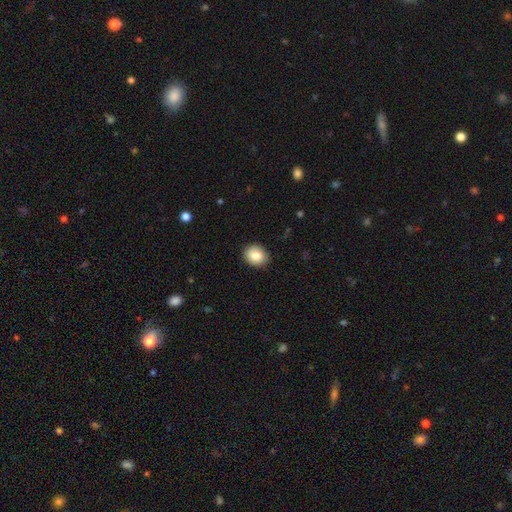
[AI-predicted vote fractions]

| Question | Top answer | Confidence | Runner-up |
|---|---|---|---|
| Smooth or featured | smooth | 84% | star or artifact (8%) |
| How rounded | round | 63% | in between (36%) |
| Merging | none | 88% | minor disturbance (9%) |